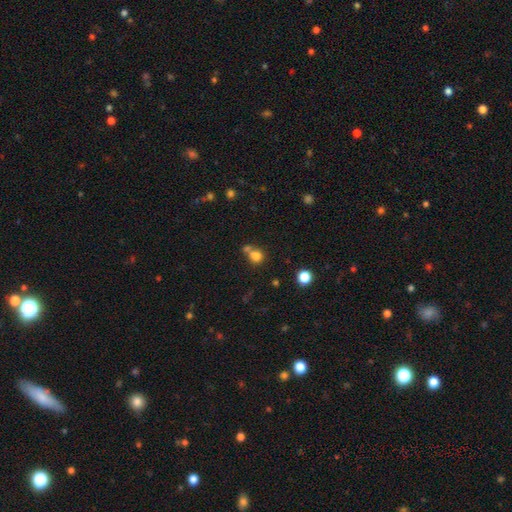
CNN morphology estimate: A smooth galaxy with no disk features (79%) that is round (77%). Merging: none (46%).